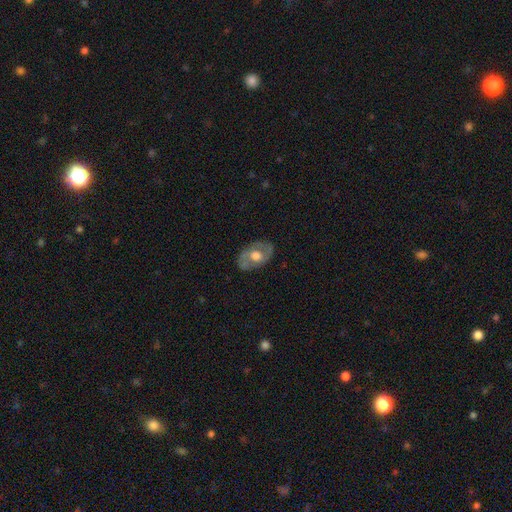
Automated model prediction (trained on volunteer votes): This is likely a featured or disk galaxy (62%). It is clearly not viewed edge-on (93%). Bar: likely no (72%). Spiral arm pattern: possibly yes (50%, tied with no). Central bulge: possibly moderate (56%). Merging: likely none (79%).